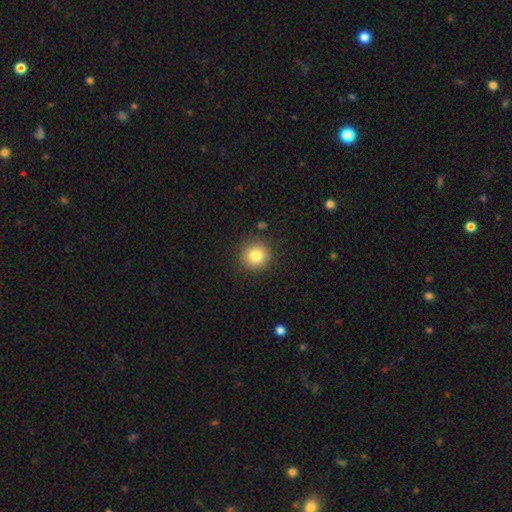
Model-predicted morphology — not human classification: Smooth or featured? smooth (82%)
How rounded? round (94%)
Merging? none (89%)